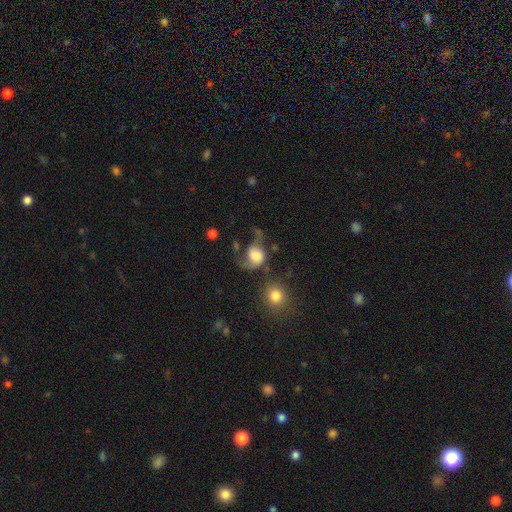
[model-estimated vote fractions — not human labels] smooth-or-featured: smooth: 54% | featured or disk: 37% | star or artifact: 9%
  how-rounded: round: 62% | in between: 37% | cigar-shaped: 1%
  merging: major disturbance: 45% | none: 25% | minor disturbance: 21% | merger: 9%